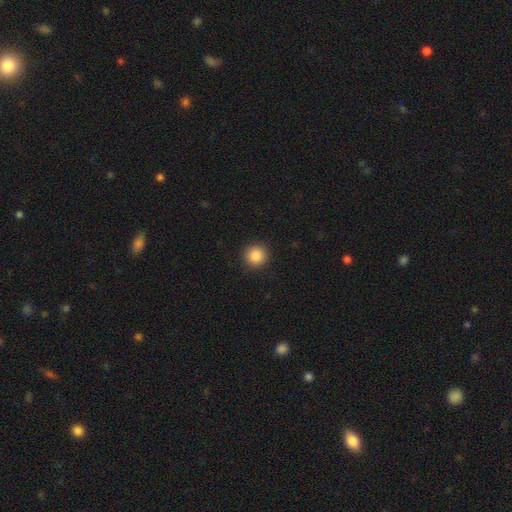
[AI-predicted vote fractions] Overall: smooth (87%). How rounded: round (94%). Merging: none (92%).